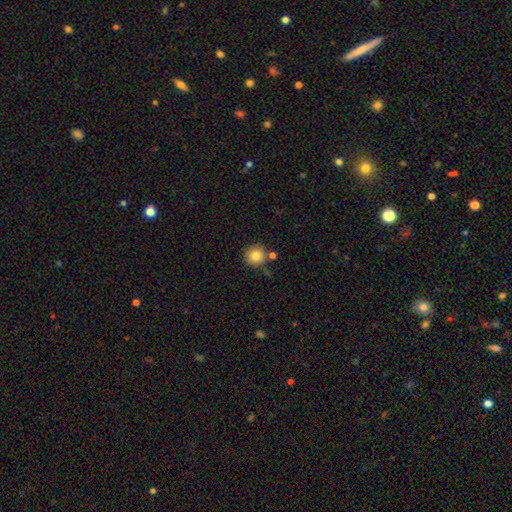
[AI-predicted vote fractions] smooth 84%, star or artifact 10%, featured or disk 6%. Down the decision tree: how rounded — round (93%); merging — none (77%).